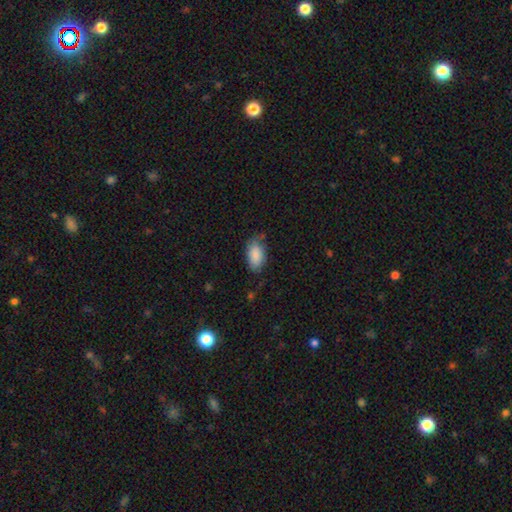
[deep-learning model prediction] smooth 87%, featured or disk 7%, star or artifact 6%. Down the decision tree: how rounded — in between (94%); merging — none (67%).